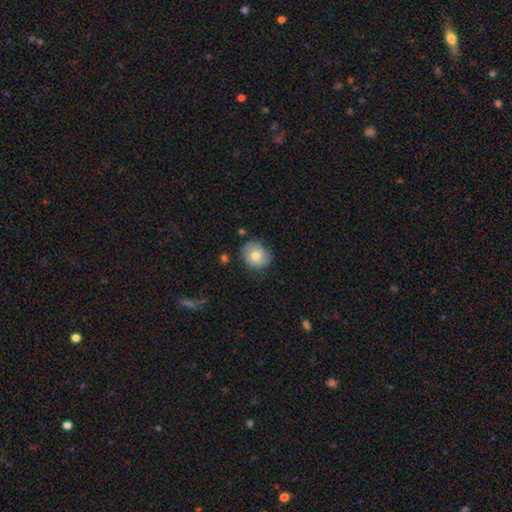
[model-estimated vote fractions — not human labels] A smooth galaxy with no disk features (75%) that is round (73%). Merging: none (76%).